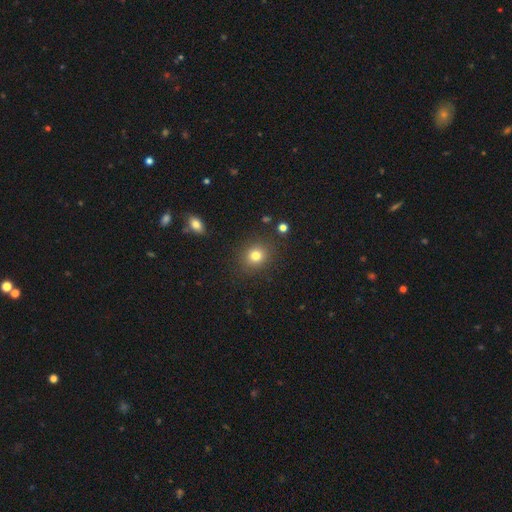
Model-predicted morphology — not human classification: Smooth or featured?
  - smooth: 80% *
  - star or artifact: 13%
  - featured or disk: 7%
How rounded?
  - round: 75% *
  - in between: 24%
  - cigar-shaped: 1%
Merging?
  - none: 87% *
  - minor disturbance: 8%
  - major disturbance: 3%
  - merger: 2%